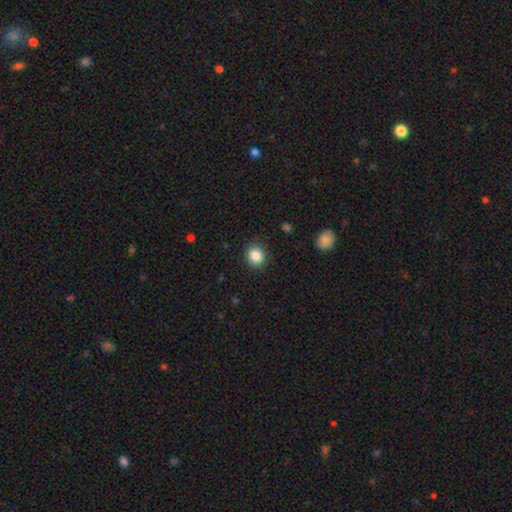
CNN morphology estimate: Smooth or featured? Predicted: smooth (p=0.86). How rounded? Predicted: round (p=0.79). Merging? Predicted: none (p=0.89).